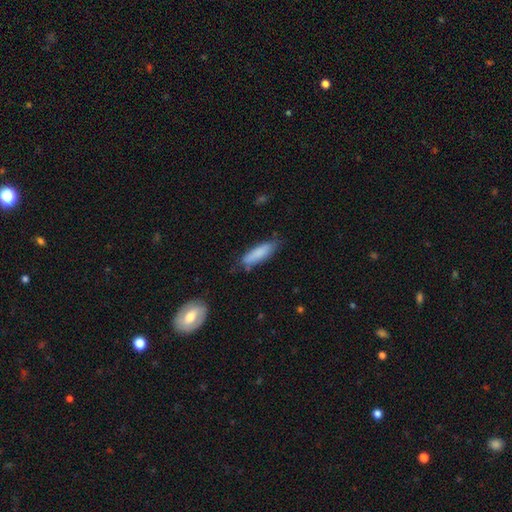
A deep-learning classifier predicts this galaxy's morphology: type=smooth (82%); roundness=cigar-shaped (59%); merging=none (70%).